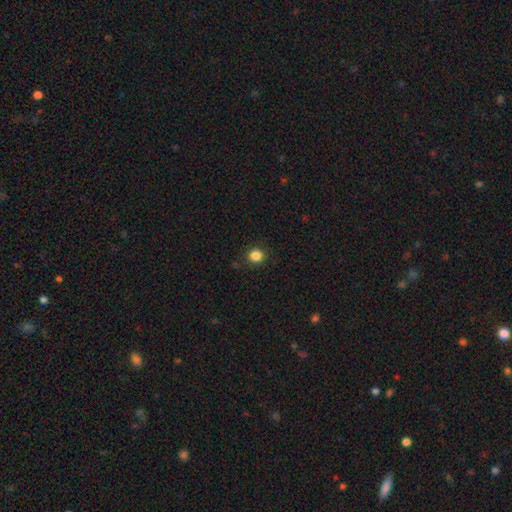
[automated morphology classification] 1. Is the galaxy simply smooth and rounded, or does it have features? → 85% smooth, 11% star or artifact, 3% featured or disk.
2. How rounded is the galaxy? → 90% round, 9% in between, 1% cigar-shaped.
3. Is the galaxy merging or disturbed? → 89% none, 7% minor disturbance, 2% major disturbance, 1% merger.